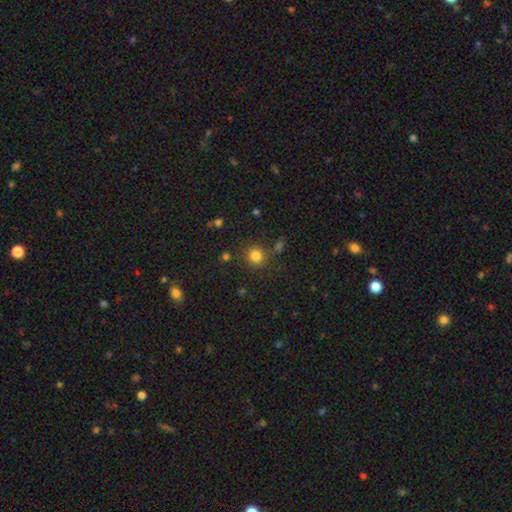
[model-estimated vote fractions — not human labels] This appears to be a smooth galaxy with no disk features (81%) that is round (91%). Merging: none (82%).